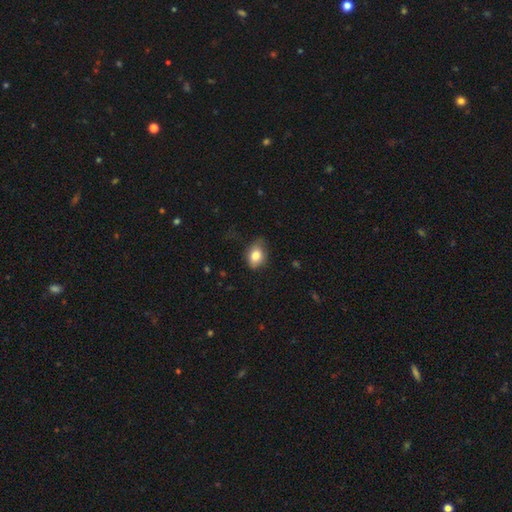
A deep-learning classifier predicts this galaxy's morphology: type=smooth (81%); roundness=in between (74%); merging=none (64%).